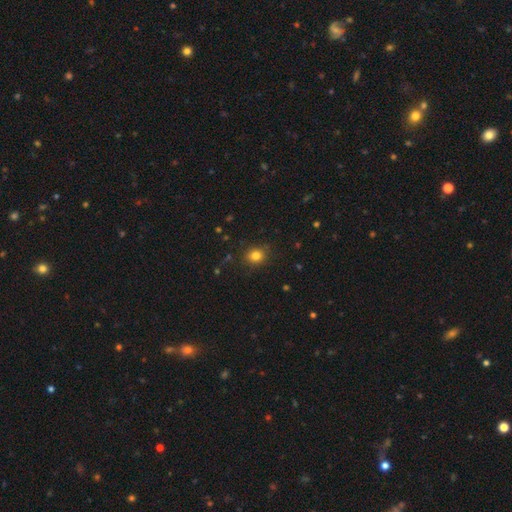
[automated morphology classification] Q: Smooth or featured?
A: smooth (81%); runner-up: star or artifact (13%)
Q: How rounded?
A: round (74%); runner-up: in between (25%)
Q: Merging?
A: none (86%); runner-up: minor disturbance (10%)